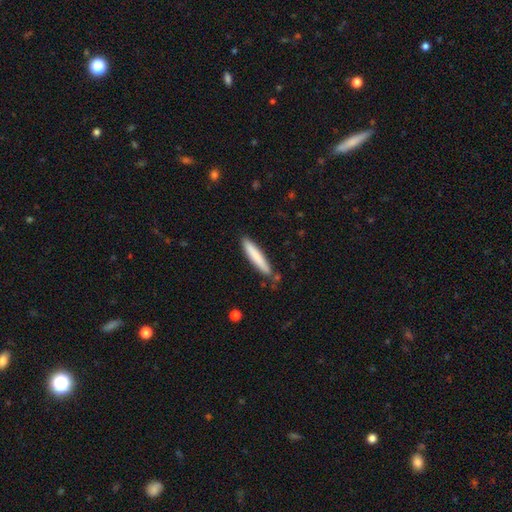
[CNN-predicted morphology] A smooth galaxy with no disk features (80%) that is cigar-shaped (93%). Merging: none (84%).